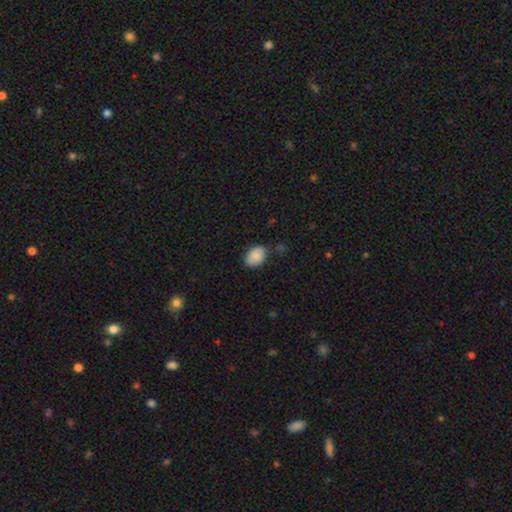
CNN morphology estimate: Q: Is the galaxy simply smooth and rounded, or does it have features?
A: smooth — 88%.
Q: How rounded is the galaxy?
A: in between — 85%.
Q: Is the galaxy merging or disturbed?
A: none — 72%.